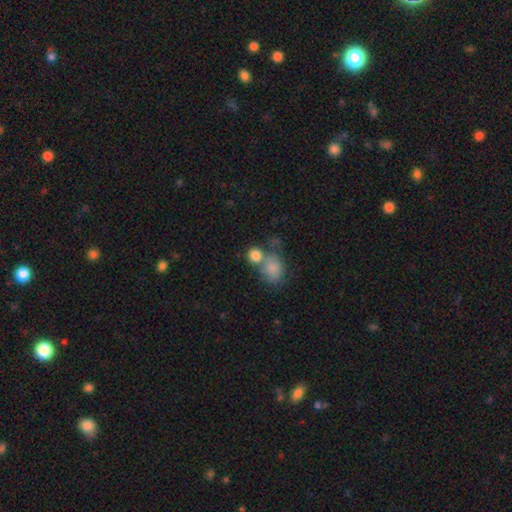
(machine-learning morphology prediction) A smooth galaxy with no disk features (83%) that is round (74%).

Vote fractions:
- Smooth or featured? smooth: 83% / star or artifact: 9% / featured or disk: 8%
- How rounded? round: 74% / in between: 25% / cigar-shaped: 1%
- Merging? merger: 43% / none: 42% / minor disturbance: 10% / major disturbance: 5%